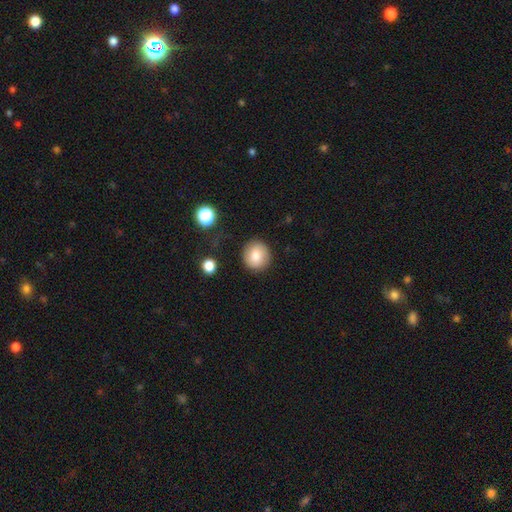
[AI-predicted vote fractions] This is clearly a smooth galaxy (82%). How rounded: clearly round (89%). Merging: clearly none (86%).